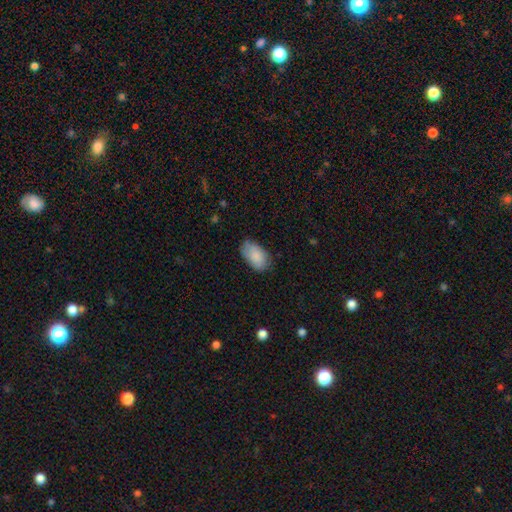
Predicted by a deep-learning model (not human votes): smooth_or_featured: smooth (p=0.84) [alt: featured or disk p=0.09]
how_rounded: in between (p=0.94) [alt: round p=0.04]
merging: none (p=0.66) [alt: minor disturbance p=0.27]